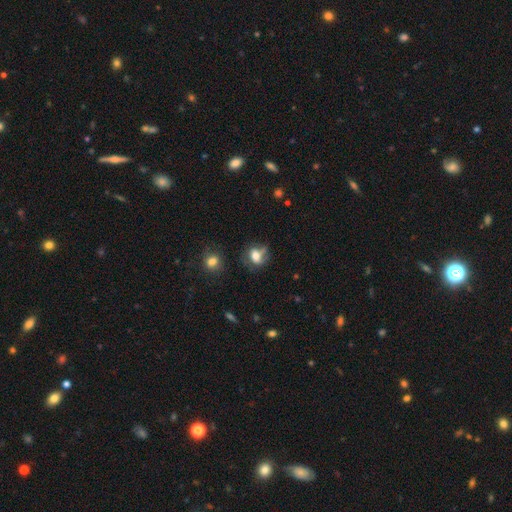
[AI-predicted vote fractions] smooth_or_featured: smooth (p=0.61) [alt: featured or disk p=0.27]
how_rounded: in between (p=0.54) [alt: round p=0.44]
merging: none (p=0.49) [alt: minor disturbance p=0.27]